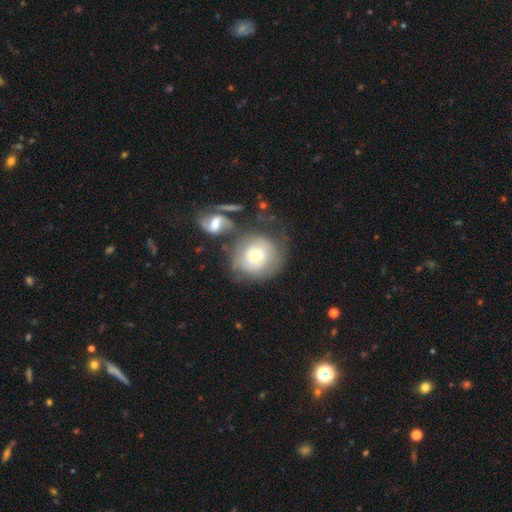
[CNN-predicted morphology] Overall: featured or disk (49%; smooth 44%). Merging: none (51%; merger 21%).